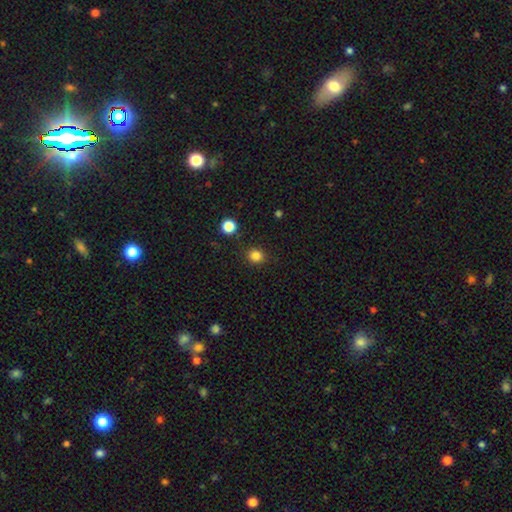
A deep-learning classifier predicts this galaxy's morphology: A smooth galaxy with no disk features (83%) that is round (86%).

Vote fractions:
- Smooth or featured? smooth: 83% / star or artifact: 13% / featured or disk: 4%
- How rounded? round: 86% / in between: 13% / cigar-shaped: 1%
- Merging? none: 89% / minor disturbance: 7% / major disturbance: 2% / merger: 2%